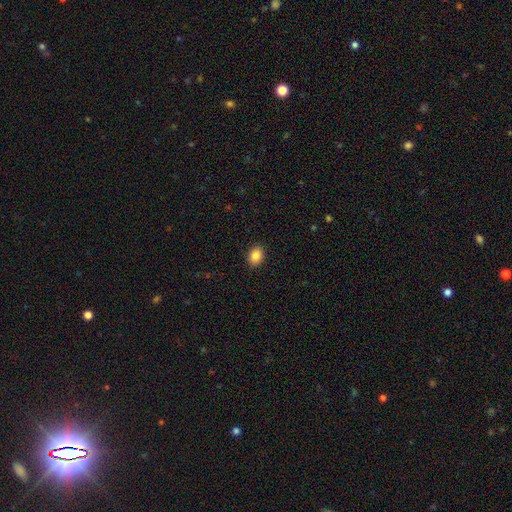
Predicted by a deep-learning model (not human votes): smooth_or_featured: smooth (p=0.87) [alt: star or artifact p=0.09]
how_rounded: in between (p=0.65) [alt: round p=0.34]
merging: none (p=0.91) [alt: minor disturbance p=0.07]